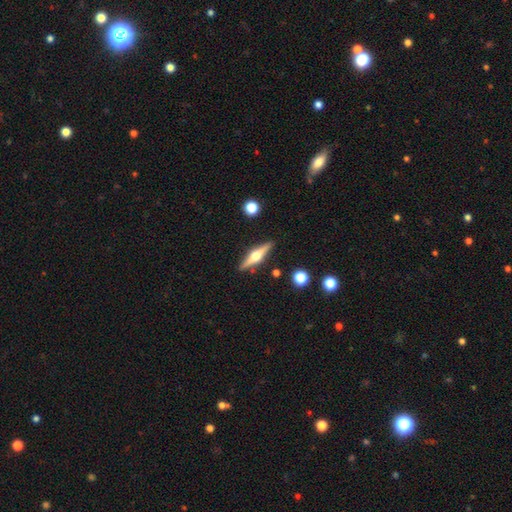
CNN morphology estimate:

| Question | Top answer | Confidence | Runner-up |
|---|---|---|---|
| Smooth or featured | featured or disk | 73% | smooth (22%) |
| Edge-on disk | yes | 97% | no (3%) |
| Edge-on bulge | rounded | 95% | boxy (3%) |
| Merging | none | 89% | minor disturbance (8%) |